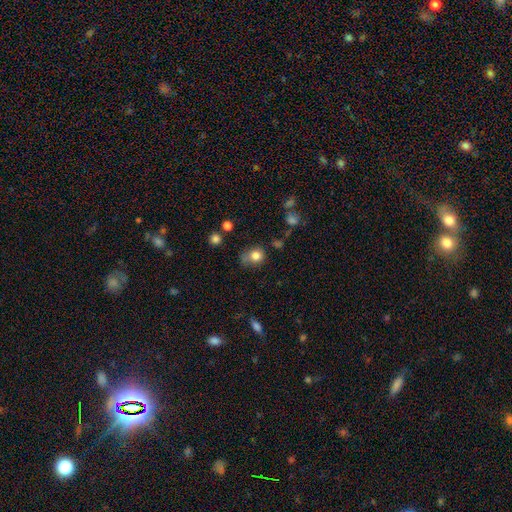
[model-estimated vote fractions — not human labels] A smooth galaxy with no disk features (80%) that is round (68%).

Vote fractions:
- Smooth or featured? smooth: 80% / star or artifact: 12% / featured or disk: 8%
- How rounded? round: 68% / in between: 31% / cigar-shaped: 1%
- Merging? none: 52% / minor disturbance: 30% / major disturbance: 11% / merger: 6%